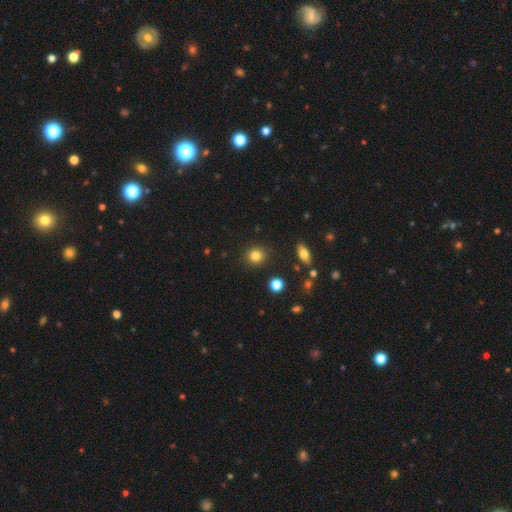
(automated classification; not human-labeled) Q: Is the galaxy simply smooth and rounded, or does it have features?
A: smooth — 83%.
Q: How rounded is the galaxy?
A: round — 88%.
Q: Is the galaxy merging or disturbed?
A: none — 90%.